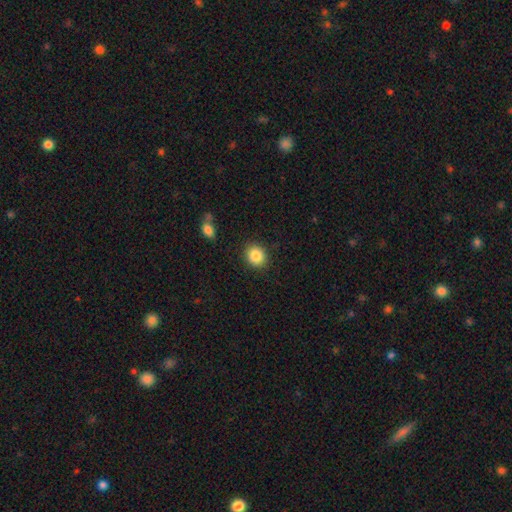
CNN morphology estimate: This appears to be a smooth galaxy with no disk features (86%) that is round (74%). Merging: none (88%).